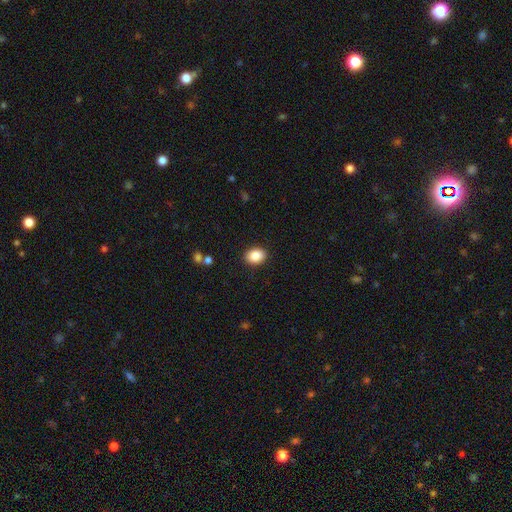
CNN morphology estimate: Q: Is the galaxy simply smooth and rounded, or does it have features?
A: smooth — 88%.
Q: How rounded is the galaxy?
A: in between — 65%.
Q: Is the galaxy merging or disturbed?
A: none — 90%.